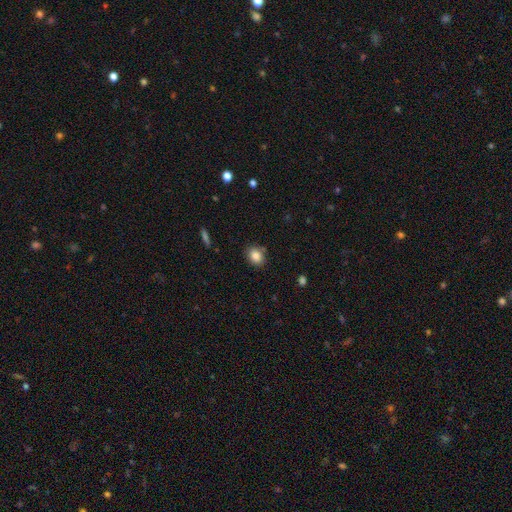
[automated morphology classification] The model was most divided on "how rounded": round: 54%, in between: 45%, cigar-shaped: 1%. More confident: smooth or featured — smooth (84%); merging — none (84%).